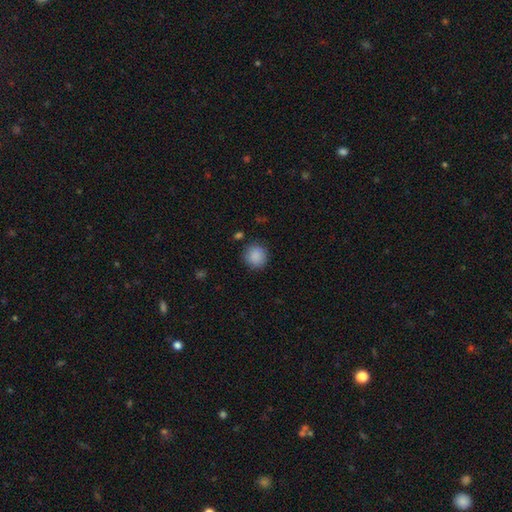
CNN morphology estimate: This is clearly a smooth galaxy (89%). How rounded: clearly round (90%). Merging: clearly none (87%).